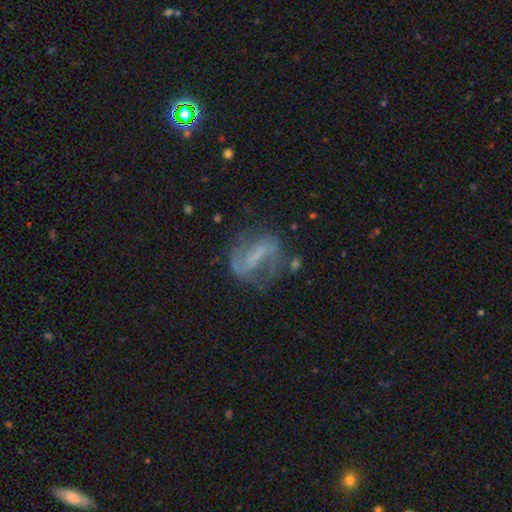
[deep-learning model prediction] Smooth or featured? Predicted: featured or disk (p=0.75). Edge-on disk? Predicted: no (p=0.94). Bar? Predicted: strong (p=0.57). Spiral arms? Predicted: yes (p=0.82). Spiral winding? Predicted: loose (p=0.42). Spiral arm count? Predicted: 2 (p=0.82). Bulge size? Predicted: none (p=0.46). Merging? Predicted: none (p=0.61).